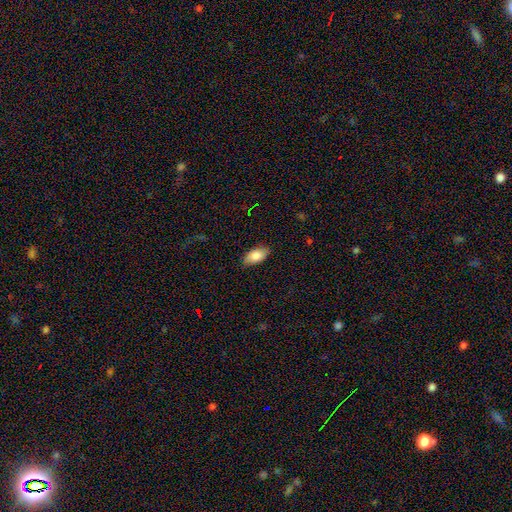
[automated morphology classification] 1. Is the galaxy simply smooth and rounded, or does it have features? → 83% smooth, 11% featured or disk, 7% star or artifact.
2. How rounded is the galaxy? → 92% in between, 5% cigar-shaped, 3% round.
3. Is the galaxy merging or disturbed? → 84% none, 12% minor disturbance, 2% major disturbance, 1% merger.